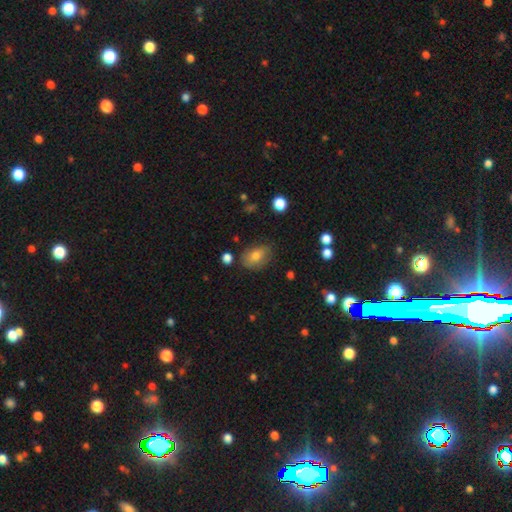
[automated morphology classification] type=smooth (75%); roundness=in between (77%); merging=none (68%).